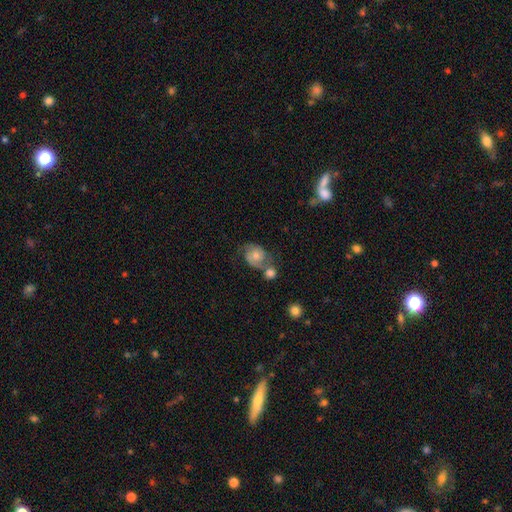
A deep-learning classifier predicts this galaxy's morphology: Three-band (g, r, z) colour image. It shows a featured or disk galaxy (61%) with no bar (73%), 2 (83%) medium (46%) spiral arms (88%) and a moderate central bulge (58%). Merging: none (49%).